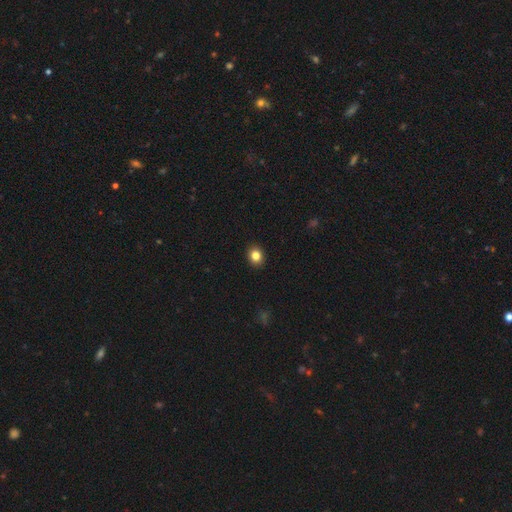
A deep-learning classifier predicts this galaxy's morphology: A smooth galaxy with no disk features (83%) that is round (67%). Merging: none (92%).